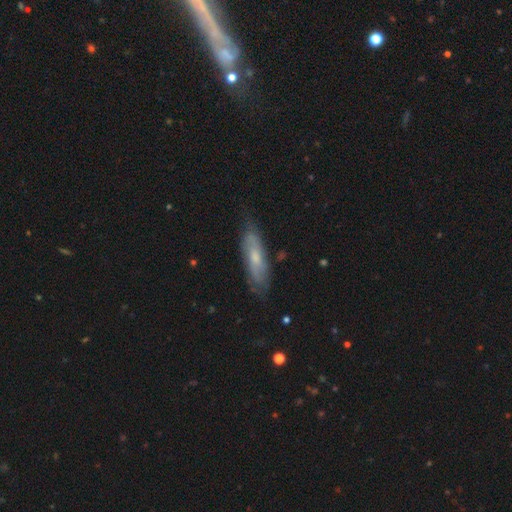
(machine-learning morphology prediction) smooth_or_featured: featured or disk (p=0.51) [alt: smooth p=0.42]
disk_edge_on: no (p=0.59) [alt: yes p=0.41]
merging: none (p=0.73) [alt: minor disturbance p=0.21]